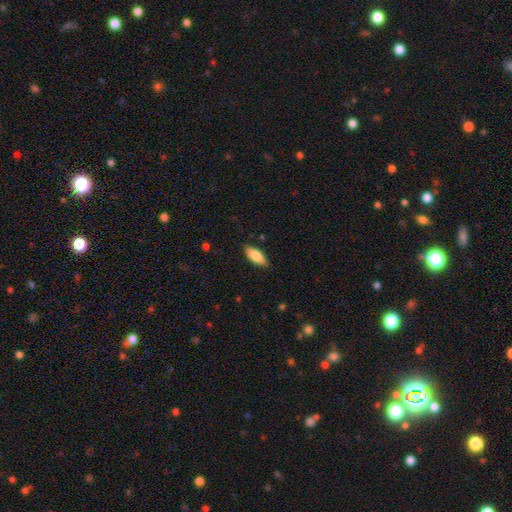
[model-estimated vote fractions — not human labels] smooth_or_featured: smooth (p=0.75) [alt: featured or disk p=0.19]
how_rounded: in between (p=0.75) [alt: cigar-shaped p=0.23]
merging: none (p=0.85) [alt: minor disturbance p=0.12]